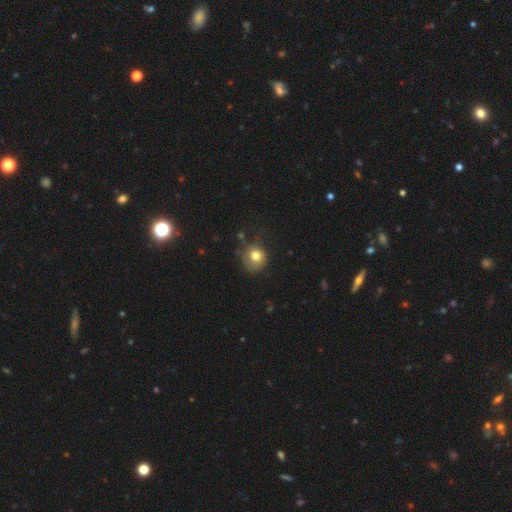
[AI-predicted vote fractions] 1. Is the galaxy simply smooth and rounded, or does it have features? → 76% smooth, 14% featured or disk, 11% star or artifact.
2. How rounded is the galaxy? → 84% round, 15% in between, 1% cigar-shaped.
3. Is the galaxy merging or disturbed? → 56% none, 28% minor disturbance, 14% major disturbance, 3% merger.